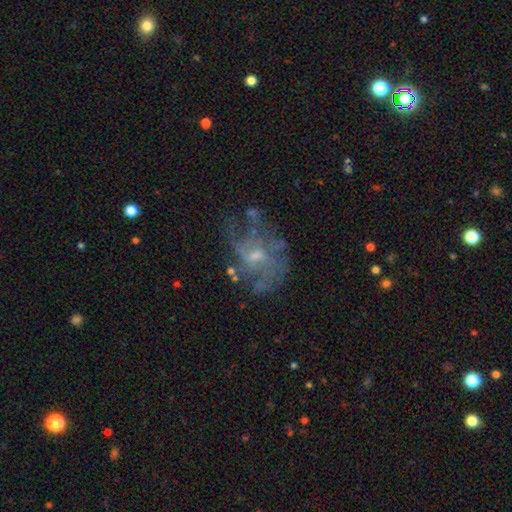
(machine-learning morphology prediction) type=featured or disk (71%); edge-on=no (97%); bar=no (54%); spiral arms=yes (61%); bulge=small (54%); merging=none (47%).